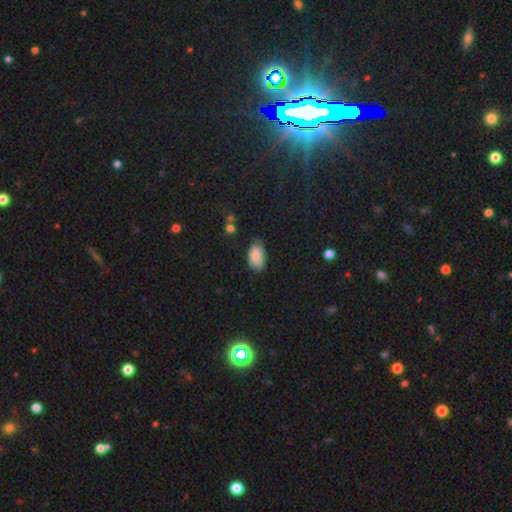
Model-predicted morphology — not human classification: smooth-or-featured: smooth: 81% | featured or disk: 11% | star or artifact: 8%
  how-rounded: in between: 94% | round: 5% | cigar-shaped: 2%
  merging: none: 62% | minor disturbance: 31% | major disturbance: 5% | merger: 2%